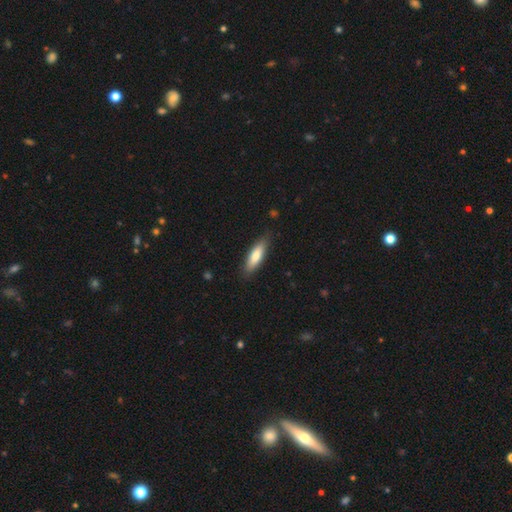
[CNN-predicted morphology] type=smooth (77%); roundness=cigar-shaped (54%); merging=none (83%).